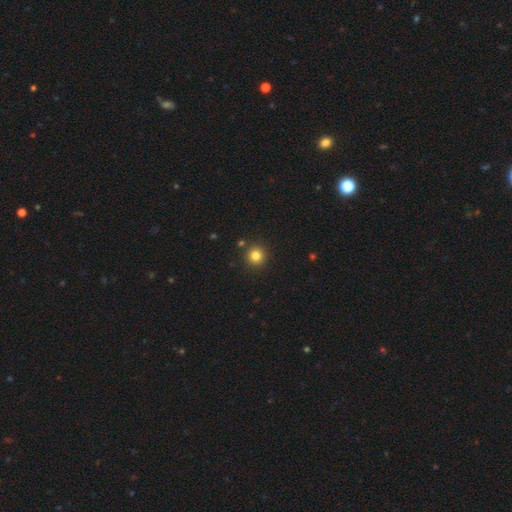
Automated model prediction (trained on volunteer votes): Morphology: type=smooth (82%); roundness=round (94%); merging=none (89%).